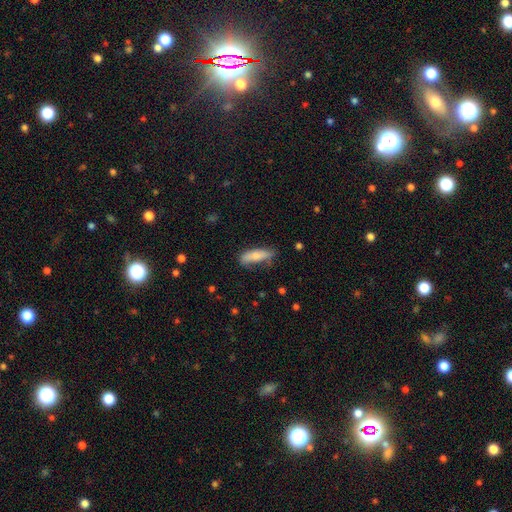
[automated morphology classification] The model was most divided on "how rounded": cigar-shaped: 51%, in between: 47%, round: 2%. More confident: smooth or featured — smooth (73%); merging — none (62%).